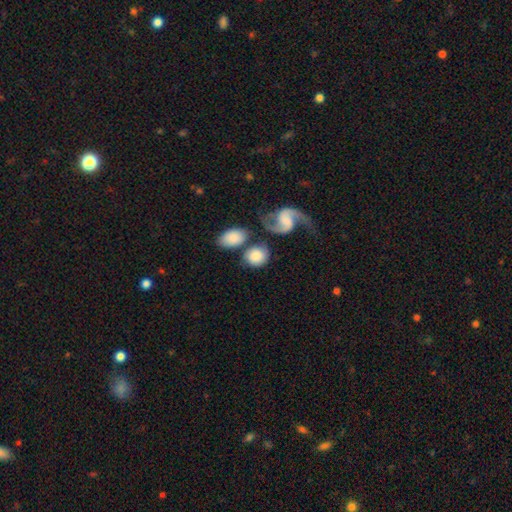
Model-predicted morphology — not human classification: smooth 66%, featured or disk 28%, star or artifact 6%. Down the decision tree: how rounded — round (61%); merging — none (48%).